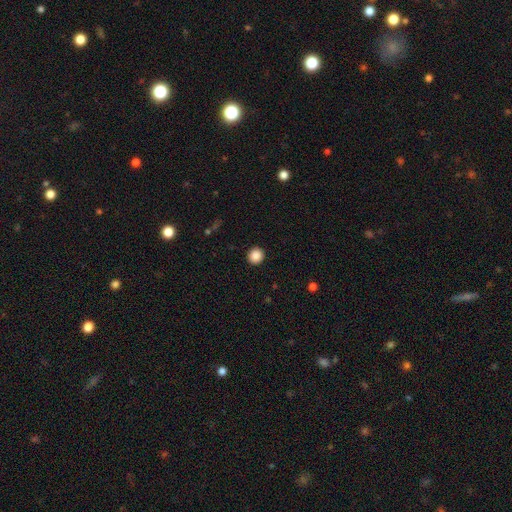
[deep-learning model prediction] smooth 88%, star or artifact 9%, featured or disk 3%. Down the decision tree: how rounded — round (92%); merging — none (93%).